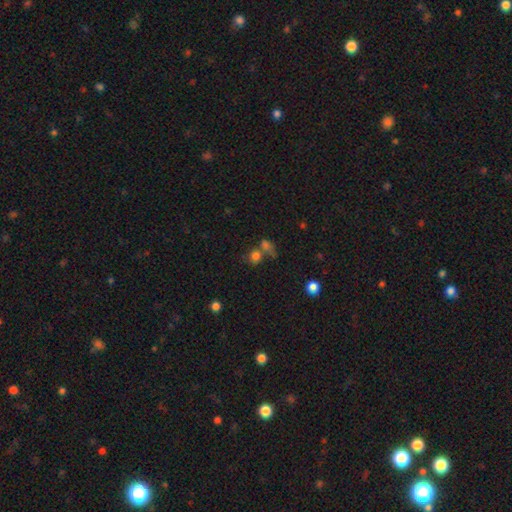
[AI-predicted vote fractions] A smooth galaxy with no disk features (72%) that is round (75%). Merging: none (41%).